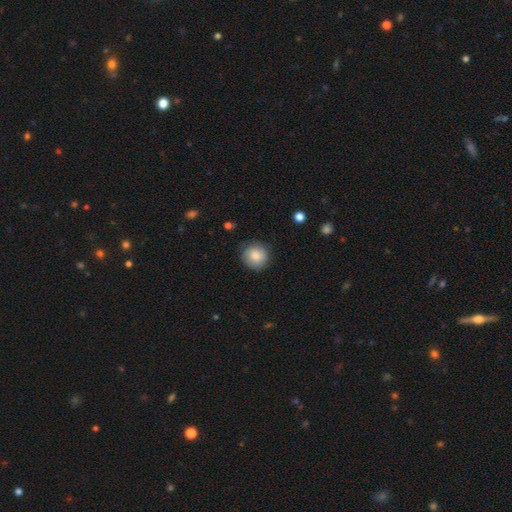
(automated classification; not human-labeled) smooth 82%, featured or disk 11%, star or artifact 7%. Down the decision tree: how rounded — round (90%); merging — none (82%).